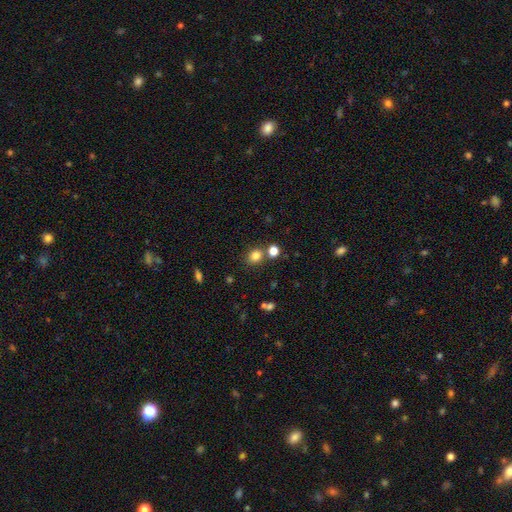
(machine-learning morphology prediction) Smooth or featured? Predicted: smooth (p=0.81). How rounded? Predicted: round (p=0.69). Merging? Predicted: none (p=0.74).